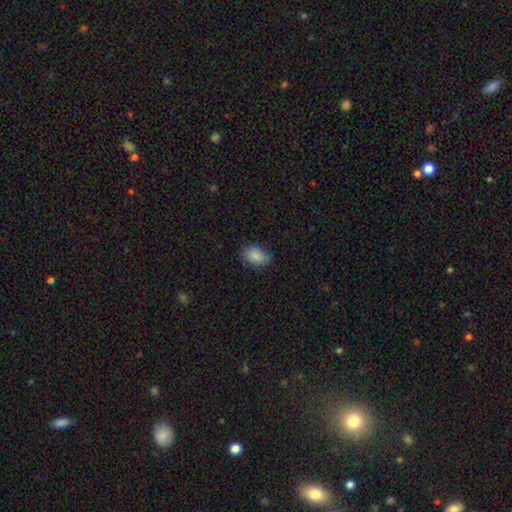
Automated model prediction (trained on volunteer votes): A smooth galaxy with no disk features (86%) that is in between round and cigar-shaped (85%).

Vote fractions:
- Smooth or featured? smooth: 86% / star or artifact: 8% / featured or disk: 6%
- How rounded? in between: 85% / round: 14% / cigar-shaped: 1%
- Merging? none: 73% / minor disturbance: 21% / major disturbance: 4% / merger: 1%